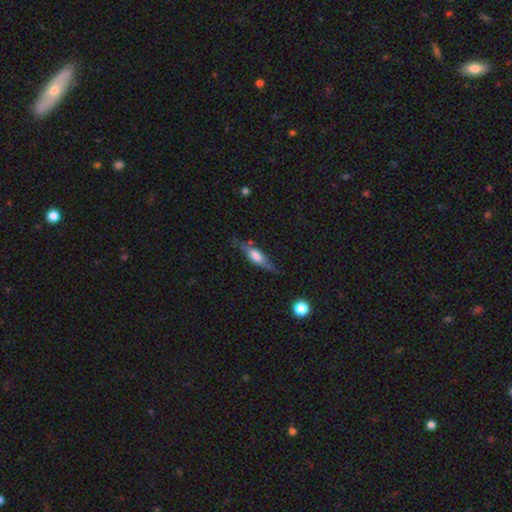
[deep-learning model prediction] smooth_or_featured: featured or disk (p=0.50) [alt: smooth p=0.43]
disk_edge_on: yes (p=0.83) [alt: no p=0.17]
merging: none (p=0.69) [alt: minor disturbance p=0.22]